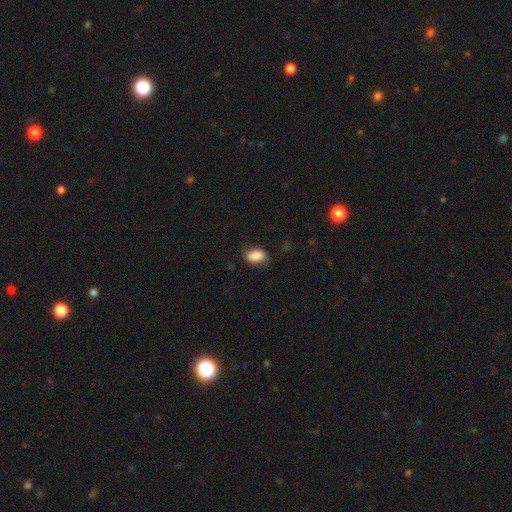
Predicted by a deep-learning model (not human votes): smooth_or_featured: smooth (p=0.87) [alt: star or artifact p=0.08]
how_rounded: in between (p=0.84) [alt: round p=0.14]
merging: none (p=0.76) [alt: minor disturbance p=0.18]